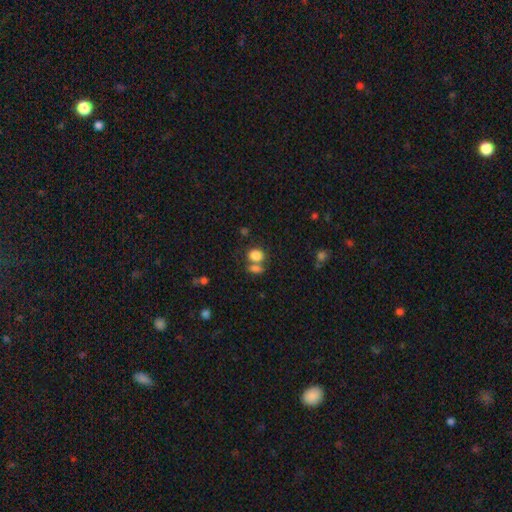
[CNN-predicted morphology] Overall: smooth (82%). How rounded: in between (49%, tied with round). Merging: none (46%; merger 38%).